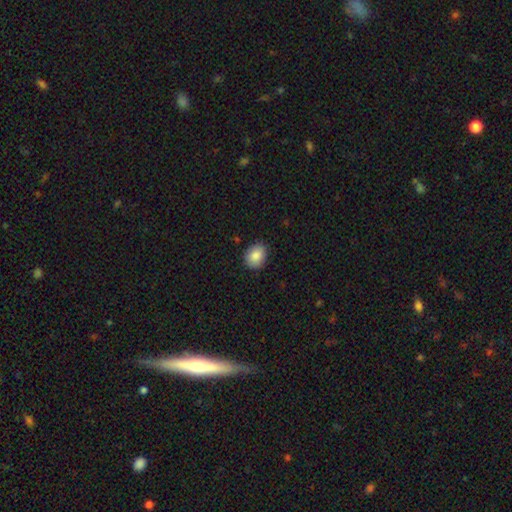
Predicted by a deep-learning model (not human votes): Smooth or featured?
  - smooth: 87% *
  - star or artifact: 8%
  - featured or disk: 5%
How rounded?
  - in between: 51% *
  - round: 48%
  - cigar-shaped: 1%
Merging?
  - none: 85% *
  - minor disturbance: 12%
  - major disturbance: 2%
  - merger: 1%